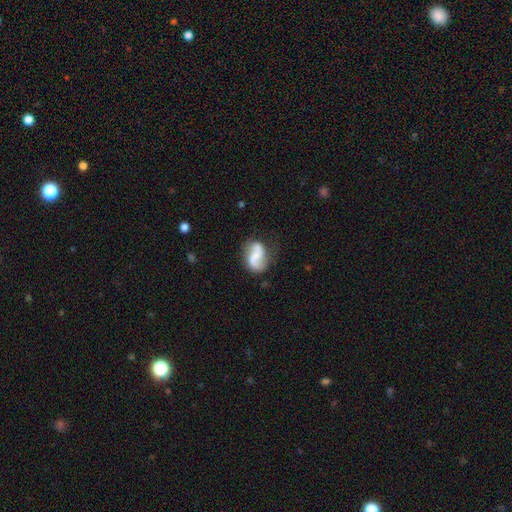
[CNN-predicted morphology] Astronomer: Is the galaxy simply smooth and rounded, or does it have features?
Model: featured or disk — 67%.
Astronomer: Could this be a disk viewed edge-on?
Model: no — 98%.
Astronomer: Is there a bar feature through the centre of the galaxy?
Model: no — 39% (runner-up: weak, 38%).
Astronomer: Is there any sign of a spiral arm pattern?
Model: yes — 90%.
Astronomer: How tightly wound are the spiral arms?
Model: loose — 64%.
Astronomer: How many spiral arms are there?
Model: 2 — 86%.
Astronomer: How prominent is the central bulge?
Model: none — 47% (runner-up: small, 27%).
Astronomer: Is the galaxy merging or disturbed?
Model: none — 63%.